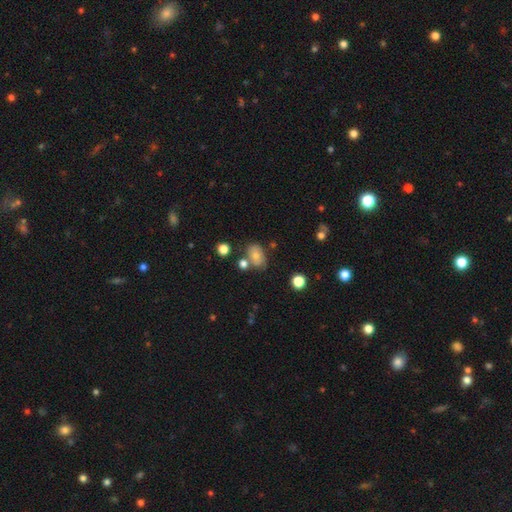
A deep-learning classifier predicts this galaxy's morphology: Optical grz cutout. It shows a smooth galaxy with no disk features (73%) that is in between round and cigar-shaped (79%). Merging: none (59%).